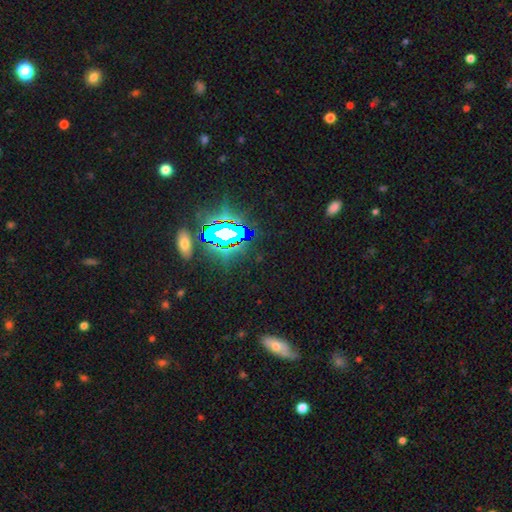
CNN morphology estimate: A star or artifact, not a galaxy (75%).

Vote fractions:
- Smooth or featured? star or artifact: 75% / smooth: 14% / featured or disk: 11%